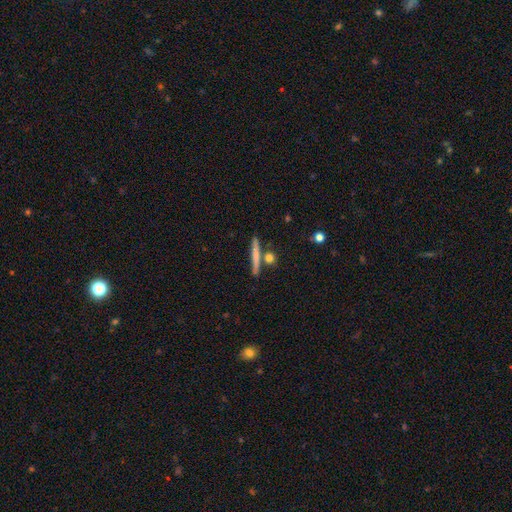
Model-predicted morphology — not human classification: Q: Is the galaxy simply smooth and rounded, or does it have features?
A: smooth — 63%.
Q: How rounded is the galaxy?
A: cigar-shaped — 89%.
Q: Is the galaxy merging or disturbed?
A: none — 77%.